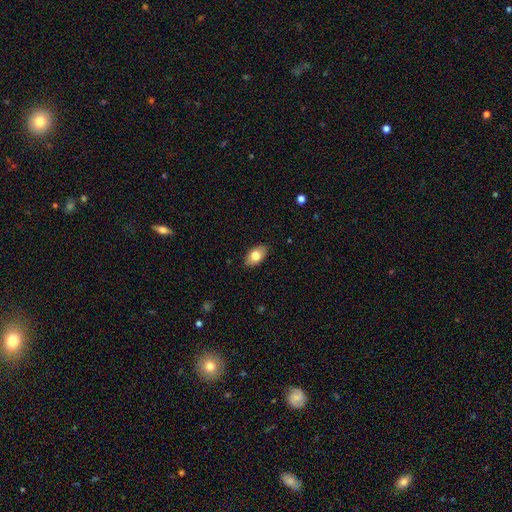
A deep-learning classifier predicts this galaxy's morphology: smooth 78%, featured or disk 15%, star or artifact 7%. Down the decision tree: how rounded — in between (91%); merging — none (87%).